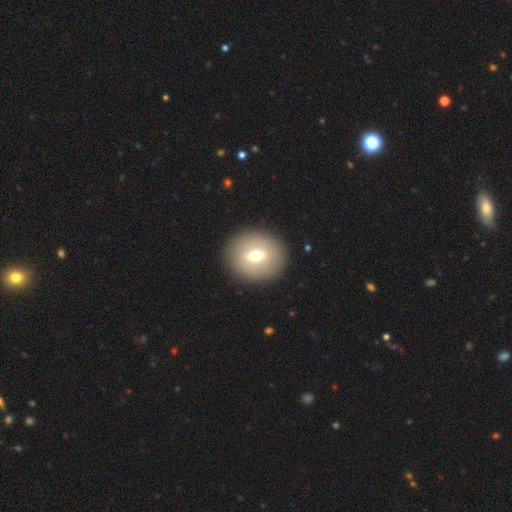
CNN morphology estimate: This appears to be a smooth galaxy with no disk features (59%) that is round (71%). Merging: none (88%).